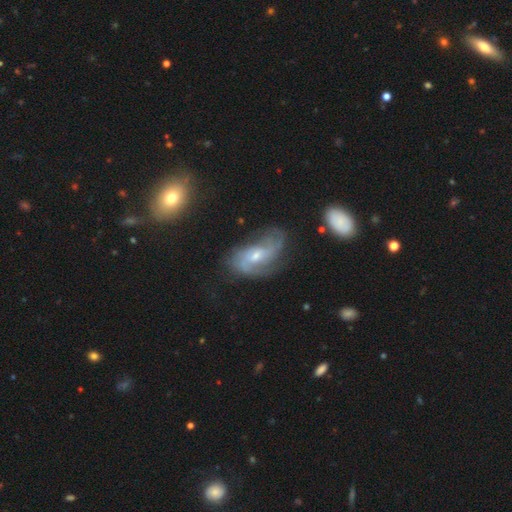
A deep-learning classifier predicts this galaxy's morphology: featured or disk 77%, smooth 15%, star or artifact 8%. Down the decision tree: edge-on disk — no (95%); bar — no (50%); spiral arms — yes (90%); spiral arm count — 2 (46%); spiral winding — medium (41%); bulge size — small (53%); merging — none (52%).